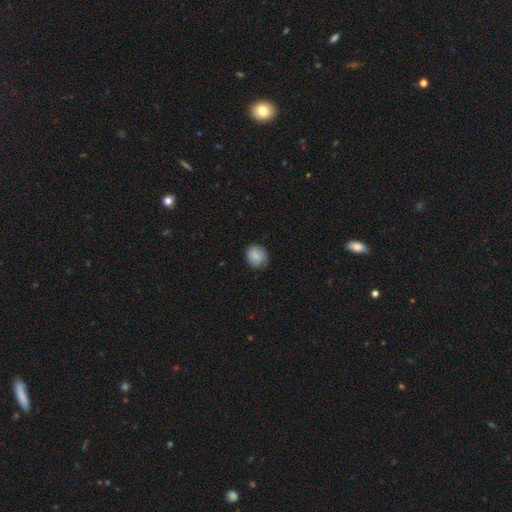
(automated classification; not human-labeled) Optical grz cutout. It shows a smooth galaxy with no disk features (86%) that is round (76%). Merging: none (82%).